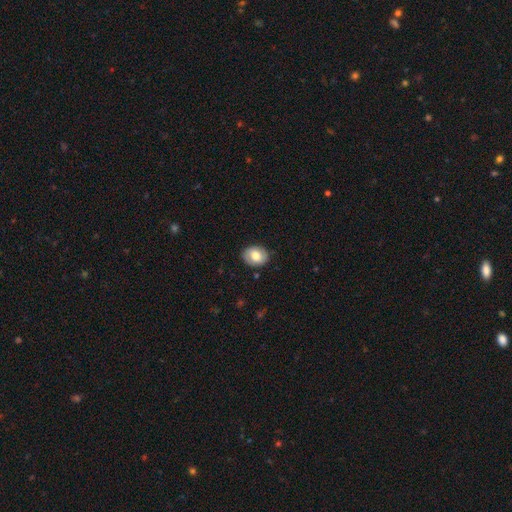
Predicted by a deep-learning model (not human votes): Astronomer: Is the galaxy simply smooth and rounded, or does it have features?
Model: smooth — 70%.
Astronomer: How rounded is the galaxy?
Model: in between — 52% (runner-up: round, 47%).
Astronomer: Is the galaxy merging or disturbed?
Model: none — 85%.